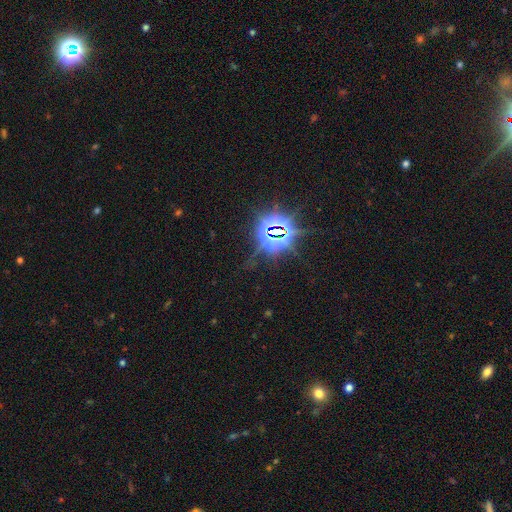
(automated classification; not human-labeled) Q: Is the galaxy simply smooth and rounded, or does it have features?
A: star or artifact — 84%.